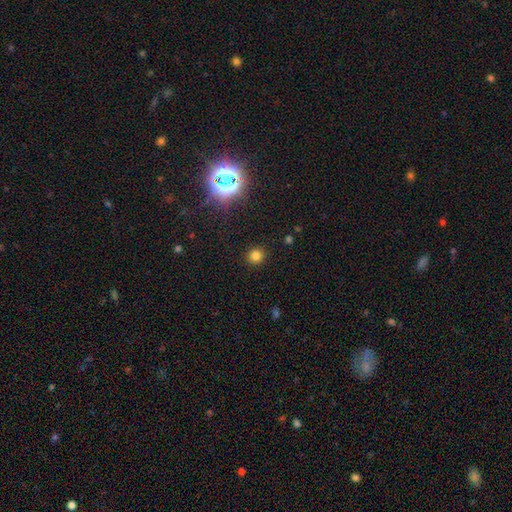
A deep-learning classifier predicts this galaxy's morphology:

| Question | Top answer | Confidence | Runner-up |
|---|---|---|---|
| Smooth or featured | smooth | 79% | star or artifact (16%) |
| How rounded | round | 89% | in between (10%) |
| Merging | none | 90% | minor disturbance (6%) |